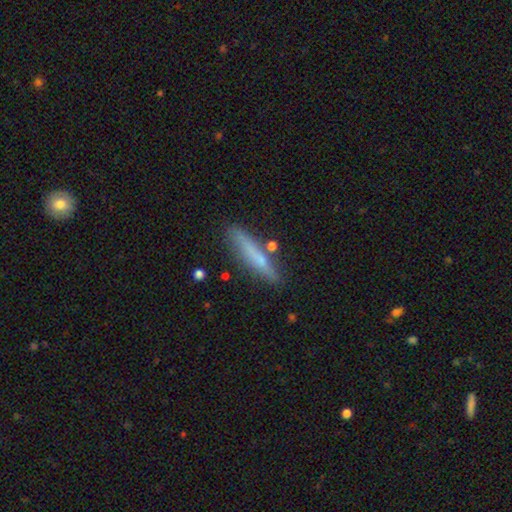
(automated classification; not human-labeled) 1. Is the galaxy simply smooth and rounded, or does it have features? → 59% smooth, 34% featured or disk, 7% star or artifact.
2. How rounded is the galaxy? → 91% cigar-shaped, 7% in between, 2% round.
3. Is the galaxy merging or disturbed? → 80% none, 12% minor disturbance, 5% merger, 3% major disturbance.